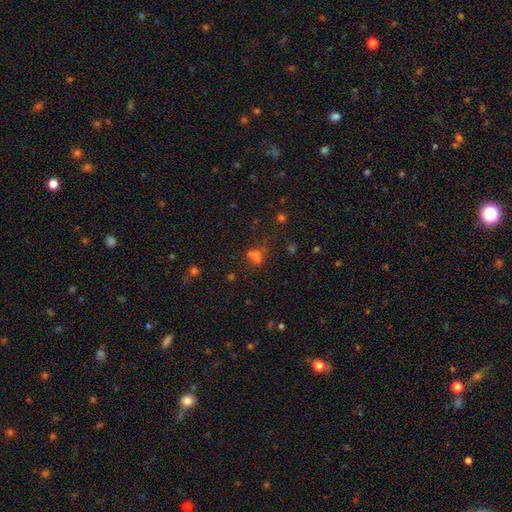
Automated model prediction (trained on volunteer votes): A smooth galaxy with no disk features (59%) that is in between round and cigar-shaped (51%). Merging: none (42%).